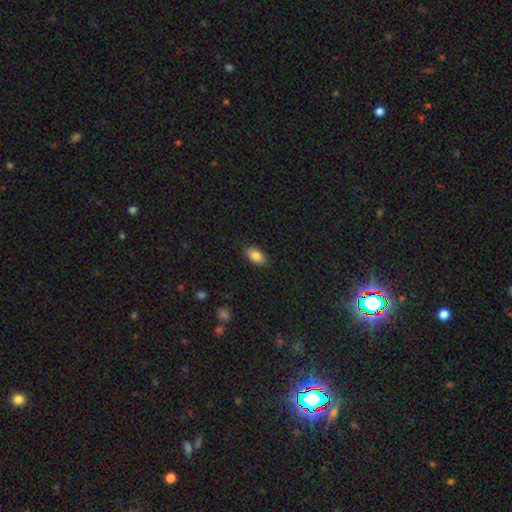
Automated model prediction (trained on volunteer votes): Q: Smooth or featured?
A: smooth (84%); runner-up: featured or disk (8%)
Q: How rounded?
A: in between (91%); runner-up: round (5%)
Q: Merging?
A: none (87%); runner-up: minor disturbance (10%)